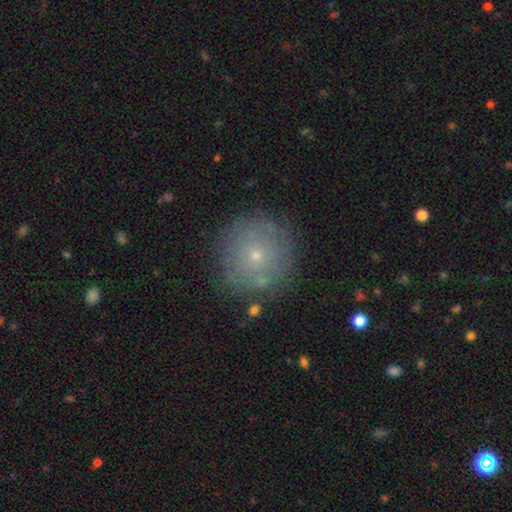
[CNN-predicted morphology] Q: Smooth or featured?
A: smooth (58%); runner-up: featured or disk (30%)
Q: How rounded?
A: round (95%); runner-up: in between (4%)
Q: Merging?
A: none (84%); runner-up: minor disturbance (10%)